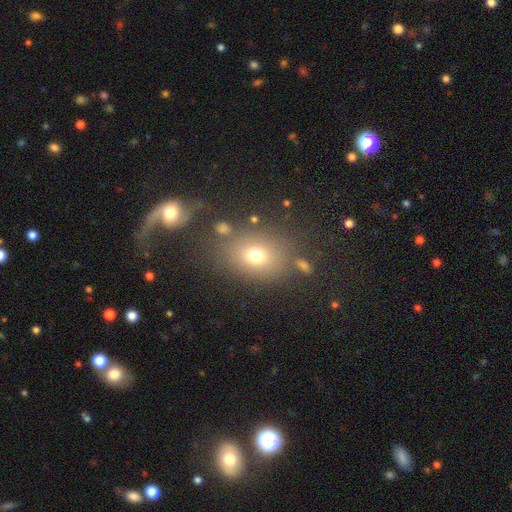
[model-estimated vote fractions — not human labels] Morphology: type=smooth (72%); roundness=in between (50%); merging=none (72%).